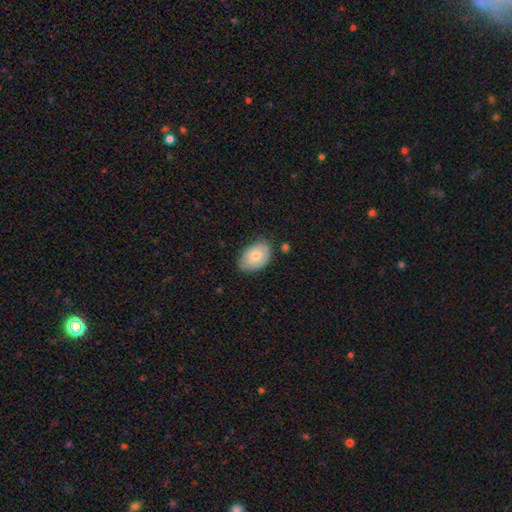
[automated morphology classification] Smooth or featured? Predicted: smooth (p=0.72). How rounded? Predicted: in between (p=0.89). Merging? Predicted: none (p=0.74).